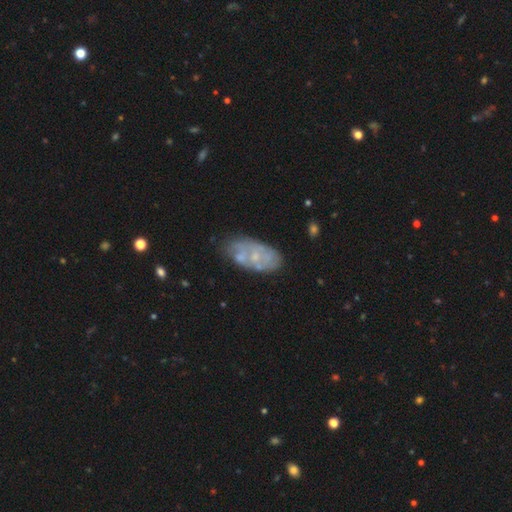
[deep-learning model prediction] The model was most divided on "spiral arms": no: 64%, yes: 36%. More confident: edge-on disk — no (95%); bar — no (84%); bulge size — small (61%); smooth or featured — featured or disk (60%); merging — none (58%).